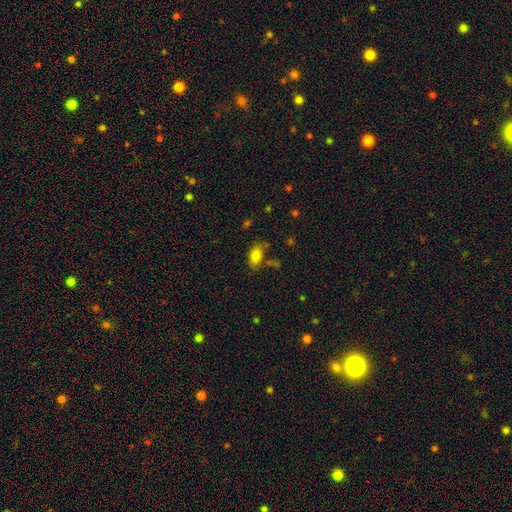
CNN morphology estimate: Q: Smooth or featured?
A: smooth (83%); runner-up: star or artifact (10%)
Q: How rounded?
A: in between (90%); runner-up: round (7%)
Q: Merging?
A: none (68%); runner-up: minor disturbance (19%)